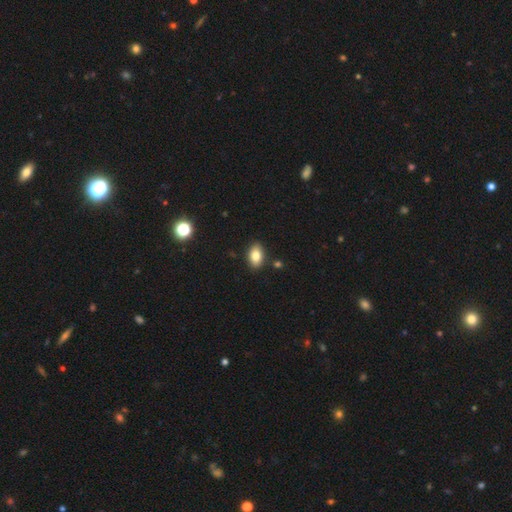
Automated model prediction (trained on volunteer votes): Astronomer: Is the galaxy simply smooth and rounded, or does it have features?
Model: smooth — 83%.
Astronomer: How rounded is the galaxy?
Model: in between — 90%.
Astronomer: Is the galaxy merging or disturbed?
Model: none — 87%.